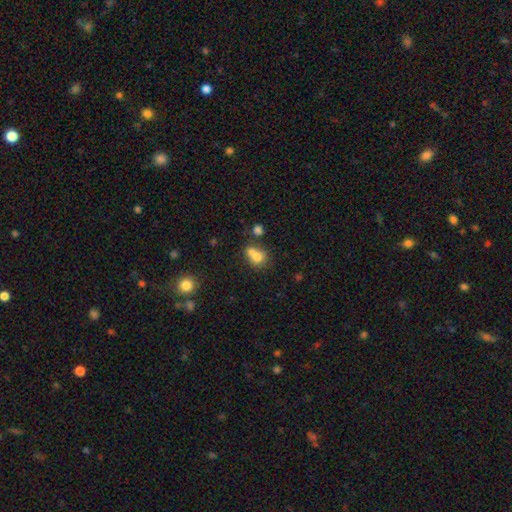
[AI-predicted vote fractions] Smooth or featured?
  - smooth: 73% *
  - featured or disk: 16%
  - star or artifact: 12%
How rounded?
  - round: 60% *
  - in between: 38%
  - cigar-shaped: 1%
Merging?
  - merger: 58% *
  - none: 29%
  - minor disturbance: 8%
  - major disturbance: 5%